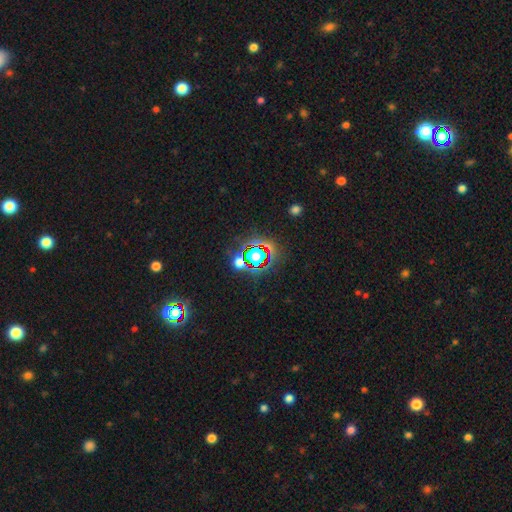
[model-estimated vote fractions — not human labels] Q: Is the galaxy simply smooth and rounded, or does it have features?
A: star or artifact — 63%.